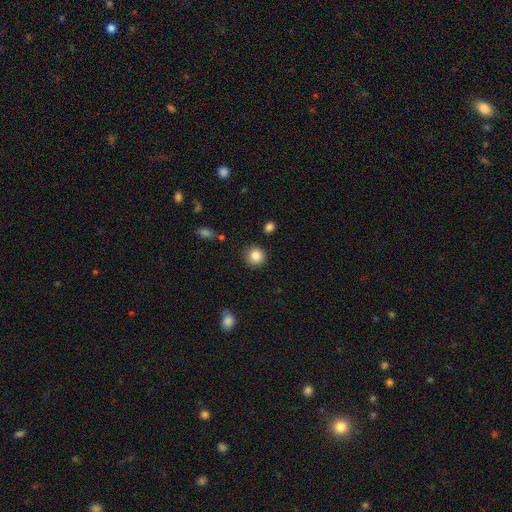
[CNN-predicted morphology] Q: Smooth or featured?
A: smooth (87%); runner-up: star or artifact (9%)
Q: How rounded?
A: round (92%); runner-up: in between (7%)
Q: Merging?
A: none (88%); runner-up: minor disturbance (8%)